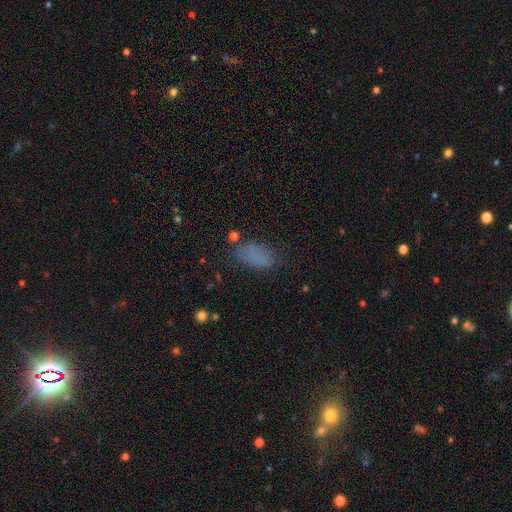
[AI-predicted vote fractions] A smooth galaxy with no disk features (77%) that is in between round and cigar-shaped (90%).

Vote fractions:
- Smooth or featured? smooth: 77% / star or artifact: 14% / featured or disk: 9%
- How rounded? in between: 90% / cigar-shaped: 6% / round: 4%
- Merging? none: 66% / minor disturbance: 21% / major disturbance: 10% / merger: 3%